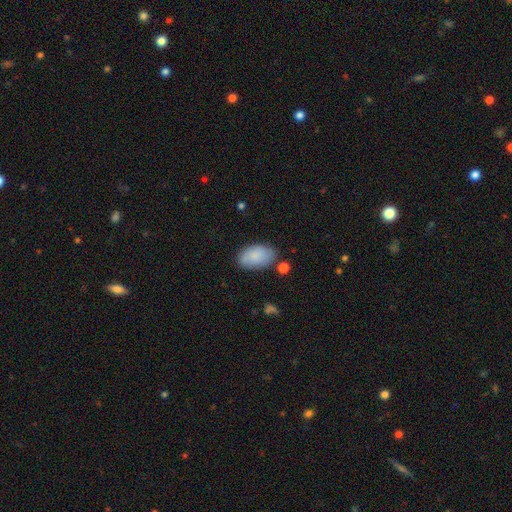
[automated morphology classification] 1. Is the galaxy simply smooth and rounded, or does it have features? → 86% smooth, 8% featured or disk, 6% star or artifact.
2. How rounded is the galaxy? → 94% in between, 4% round, 1% cigar-shaped.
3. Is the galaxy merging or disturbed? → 77% none, 15% minor disturbance, 4% merger, 4% major disturbance.